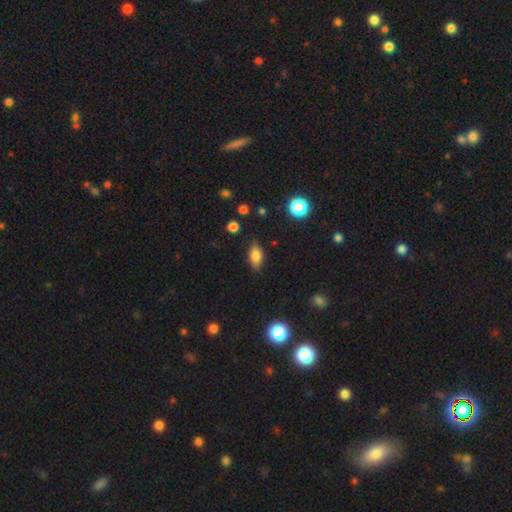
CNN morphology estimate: Smooth or featured: smooth — 77% (featured or disk — 13%)
How rounded: in between — 86% (cigar-shaped — 8%)
Merging: none — 83% (minor disturbance — 13%)